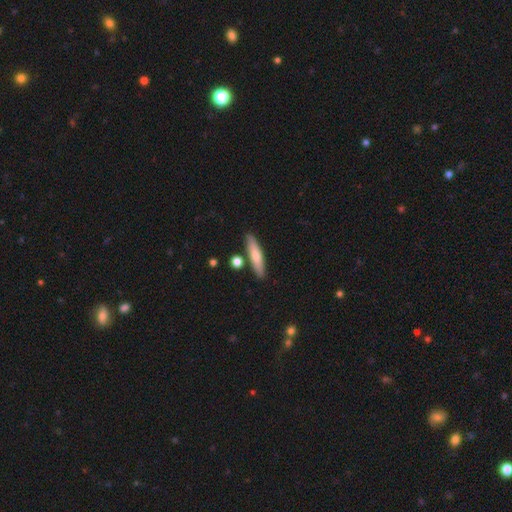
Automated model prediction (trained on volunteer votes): Q: Smooth or featured?
A: smooth (70%); runner-up: featured or disk (25%)
Q: How rounded?
A: cigar-shaped (84%); runner-up: in between (14%)
Q: Merging?
A: none (83%); runner-up: minor disturbance (9%)